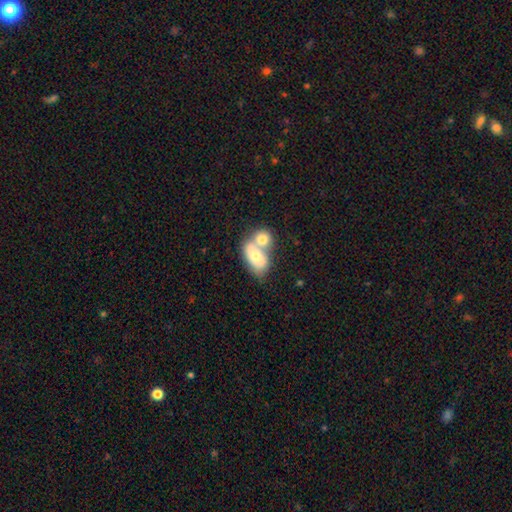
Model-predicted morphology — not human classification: This is likely a smooth galaxy (60%). How rounded: likely in between (78%). Merging: likely merger (70%).